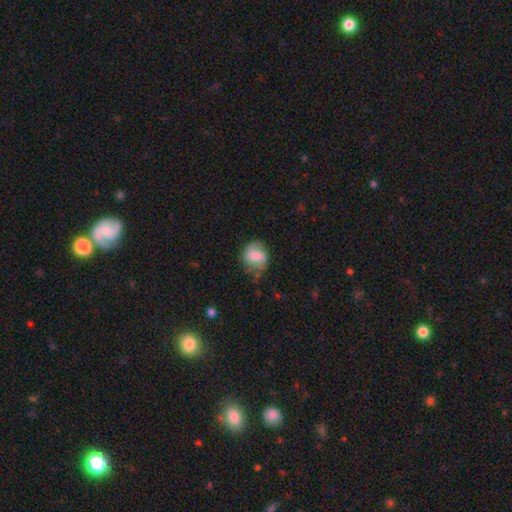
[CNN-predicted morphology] Smooth or featured? Predicted: smooth (p=0.54). How rounded? Predicted: round (p=0.67). Merging? Predicted: none (p=0.60).